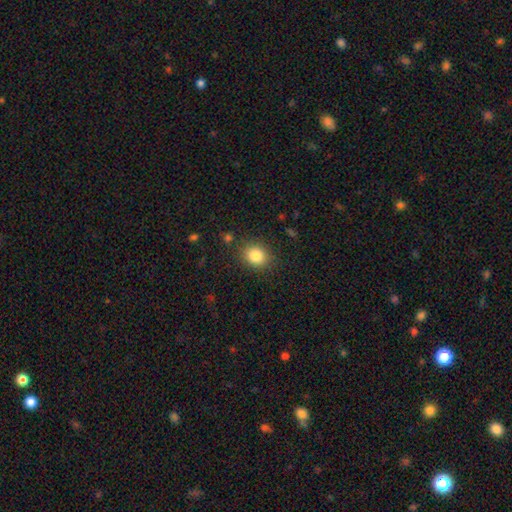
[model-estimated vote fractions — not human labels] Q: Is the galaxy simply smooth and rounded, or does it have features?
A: smooth — 83%.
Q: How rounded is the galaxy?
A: round — 63%.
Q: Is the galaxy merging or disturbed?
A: none — 85%.